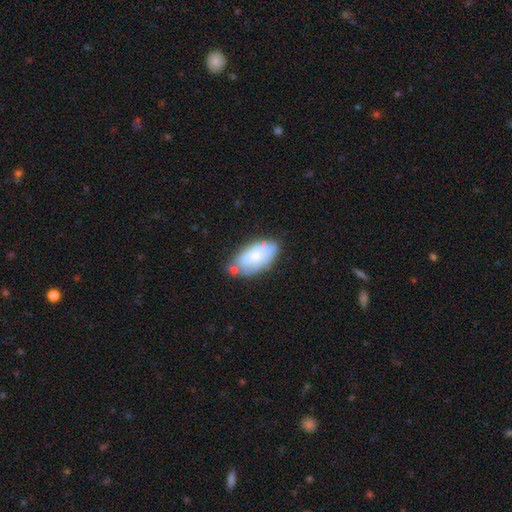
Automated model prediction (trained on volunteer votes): Smooth or featured? Predicted: smooth (p=0.54). How rounded? Predicted: in between (p=0.93). Merging? Predicted: none (p=0.55).